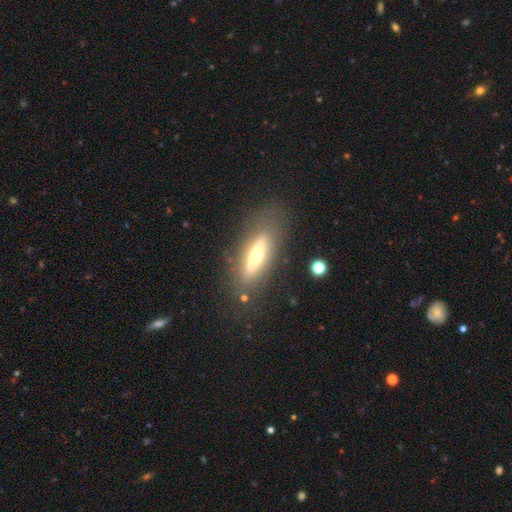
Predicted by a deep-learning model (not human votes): The model was most divided on "smooth or featured": smooth: 47%, featured or disk: 44%, star or artifact: 8%. More confident: merging — none (76%).